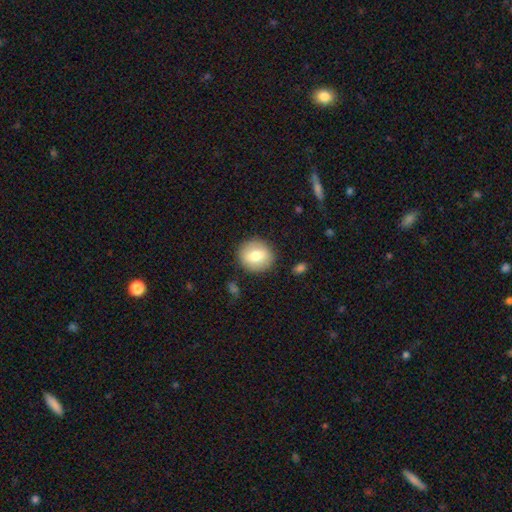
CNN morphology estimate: Q: Smooth or featured?
A: smooth (70%); runner-up: featured or disk (22%)
Q: How rounded?
A: round (78%); runner-up: in between (20%)
Q: Merging?
A: none (86%); runner-up: minor disturbance (9%)